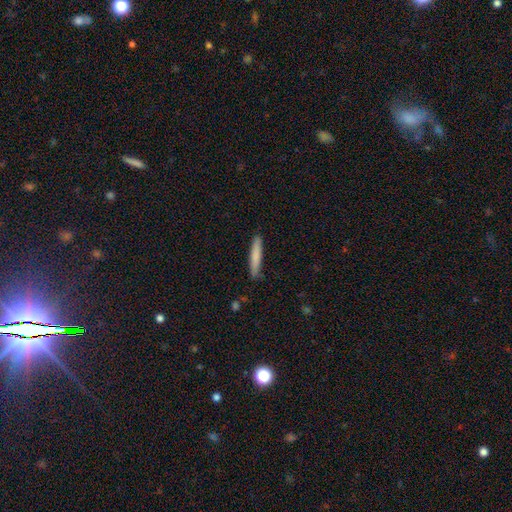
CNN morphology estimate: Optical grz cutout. It shows a smooth galaxy with no disk features (80%) that is cigar-shaped (92%). Merging: none (88%).